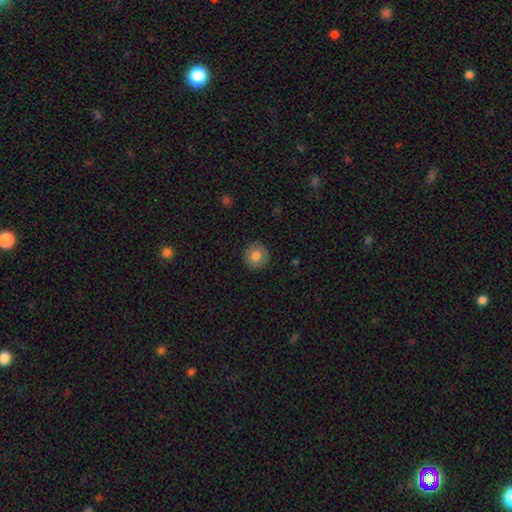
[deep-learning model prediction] smooth 80%, featured or disk 12%, star or artifact 8%. Down the decision tree: how rounded — round (94%); merging — none (91%).